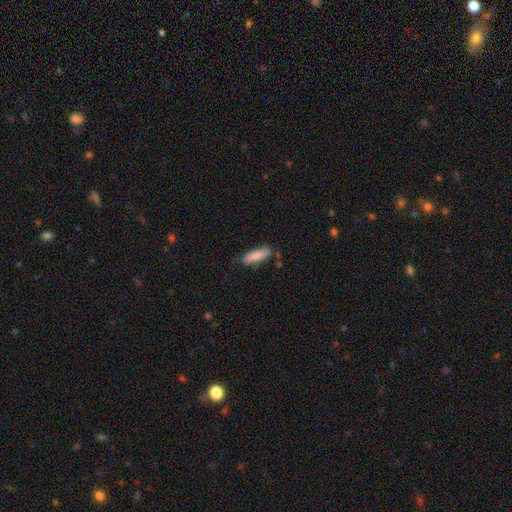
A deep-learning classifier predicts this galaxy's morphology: smooth-or-featured: smooth: 81% | featured or disk: 12% | star or artifact: 6%
  how-rounded: cigar-shaped: 57% | in between: 41% | round: 2%
  merging: none: 68% | minor disturbance: 22% | merger: 5% | major disturbance: 5%